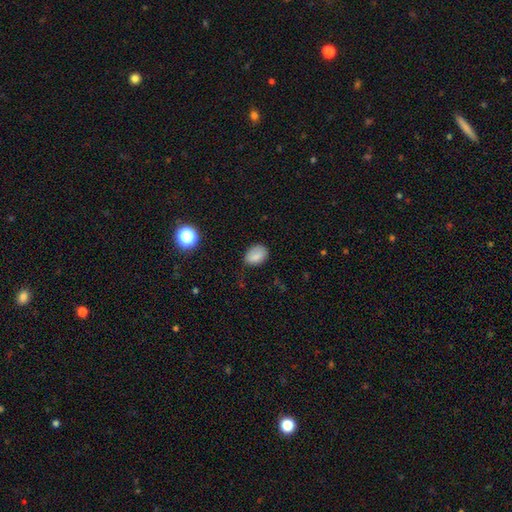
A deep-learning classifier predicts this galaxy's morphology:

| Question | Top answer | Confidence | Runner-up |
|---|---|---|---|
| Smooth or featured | smooth | 83% | star or artifact (10%) |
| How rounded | in between | 76% | round (23%) |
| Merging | none | 69% | minor disturbance (24%) |